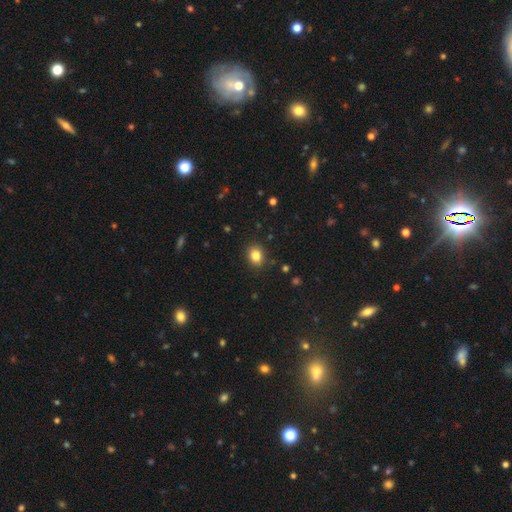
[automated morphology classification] smooth 84%, star or artifact 11%, featured or disk 5%. Down the decision tree: how rounded — round (54%); merging — none (88%).